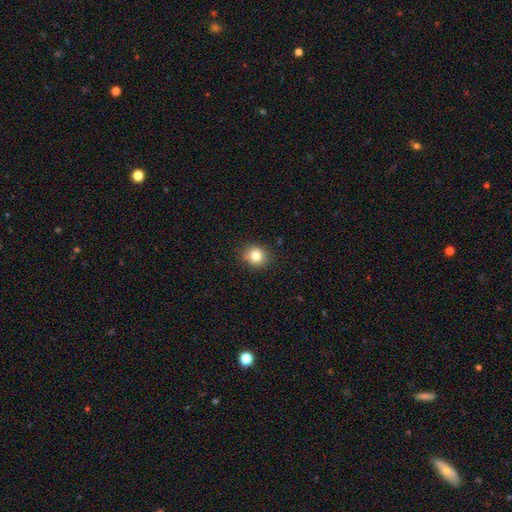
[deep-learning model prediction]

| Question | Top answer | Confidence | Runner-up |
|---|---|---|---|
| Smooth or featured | smooth | 82% | star or artifact (11%) |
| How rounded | round | 80% | in between (19%) |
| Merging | none | 89% | minor disturbance (8%) |